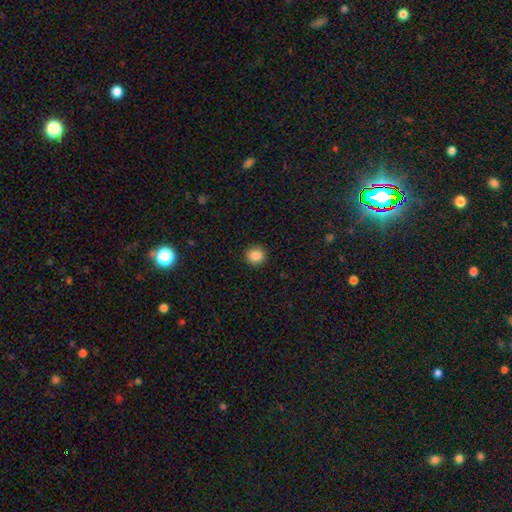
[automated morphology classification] Smooth or featured? smooth (87%)
How rounded? round (91%)
Merging? none (92%)